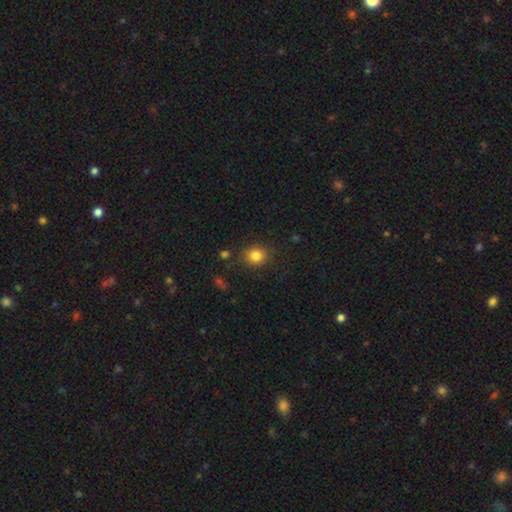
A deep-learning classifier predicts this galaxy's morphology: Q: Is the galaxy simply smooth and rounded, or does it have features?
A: smooth — 84%.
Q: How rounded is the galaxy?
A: round — 82%.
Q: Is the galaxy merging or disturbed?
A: none — 85%.